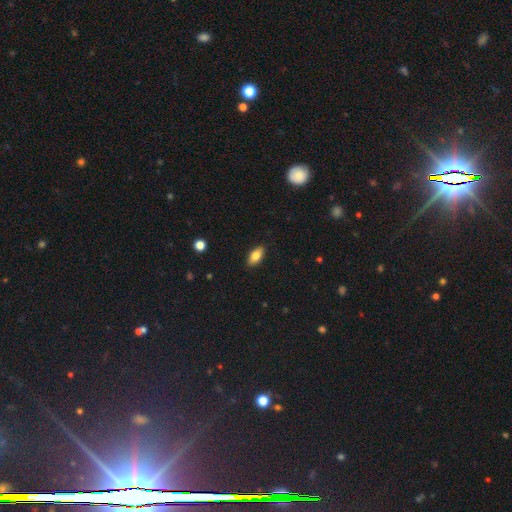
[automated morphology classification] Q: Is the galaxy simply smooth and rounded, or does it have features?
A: smooth — 79%.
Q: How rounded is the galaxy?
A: in between — 89%.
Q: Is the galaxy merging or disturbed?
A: none — 88%.